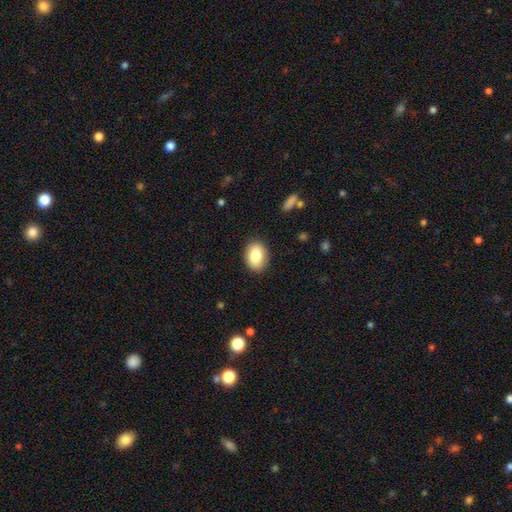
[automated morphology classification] smooth_or_featured: smooth (p=0.81) [alt: featured or disk p=0.11]
how_rounded: in between (p=0.67) [alt: round p=0.32]
merging: none (p=0.88) [alt: minor disturbance p=0.09]